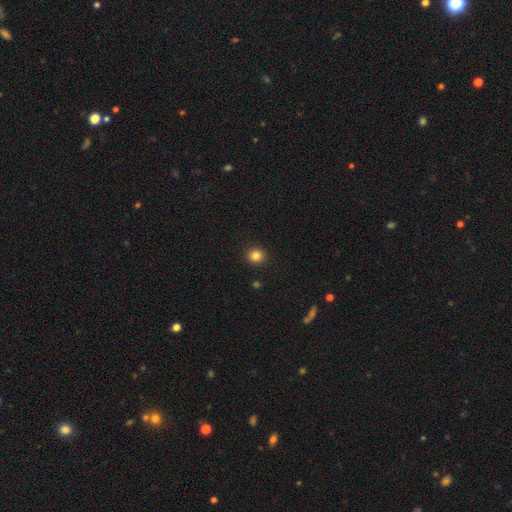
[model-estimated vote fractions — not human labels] The model was most divided on "smooth or featured": smooth: 83%, star or artifact: 12%, featured or disk: 5%. More confident: merging — none (92%); how rounded — round (89%).